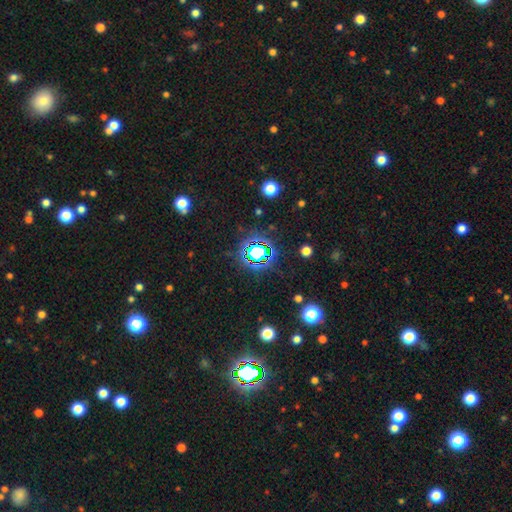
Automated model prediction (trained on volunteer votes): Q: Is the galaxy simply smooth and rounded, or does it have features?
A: star or artifact — 68%.